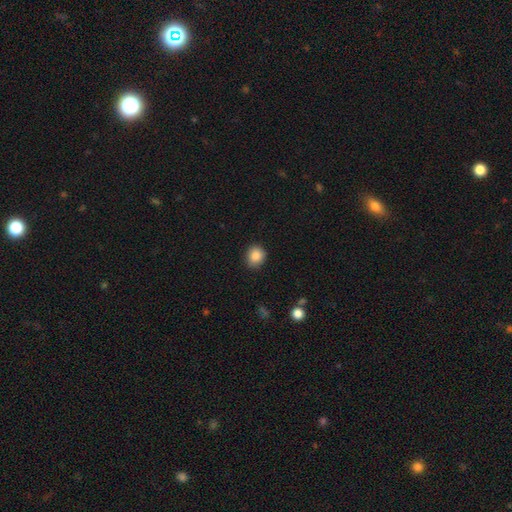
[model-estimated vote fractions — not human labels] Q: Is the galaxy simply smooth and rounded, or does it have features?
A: smooth — 87%.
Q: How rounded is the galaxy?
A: round — 77%.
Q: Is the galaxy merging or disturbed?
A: none — 86%.